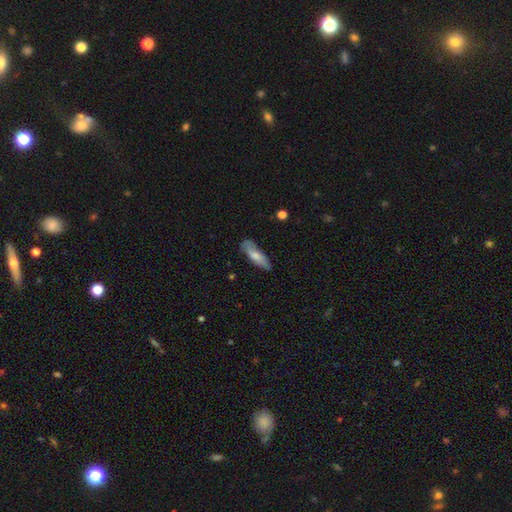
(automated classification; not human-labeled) Smooth or featured?
  - smooth: 68% *
  - featured or disk: 26%
  - star or artifact: 6%
How rounded?
  - in between: 55% *
  - cigar-shaped: 43%
  - round: 2%
Merging?
  - none: 64% *
  - minor disturbance: 26%
  - major disturbance: 8%
  - merger: 2%